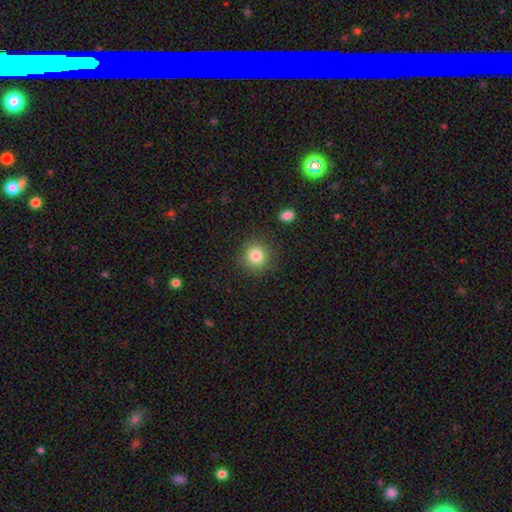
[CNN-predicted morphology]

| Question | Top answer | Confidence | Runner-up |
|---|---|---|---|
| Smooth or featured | smooth | 83% | star or artifact (11%) |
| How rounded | round | 92% | in between (7%) |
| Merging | none | 88% | minor disturbance (8%) |